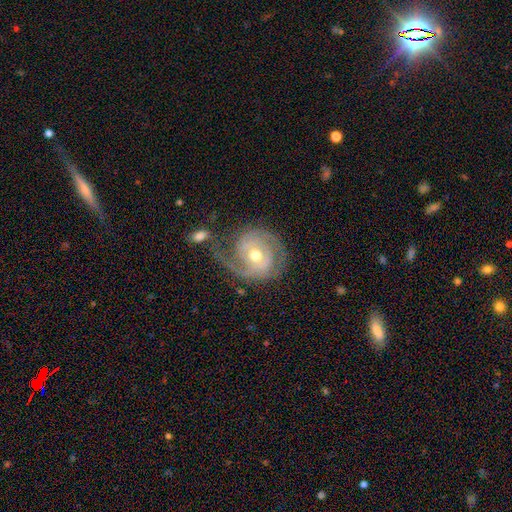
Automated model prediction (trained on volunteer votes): This appears to be a featured or disk galaxy (85%) with no bar (60%), 2 (57%) tight (58%) spiral arms (93%) and a moderate central bulge (75%). Merging: none (57%).